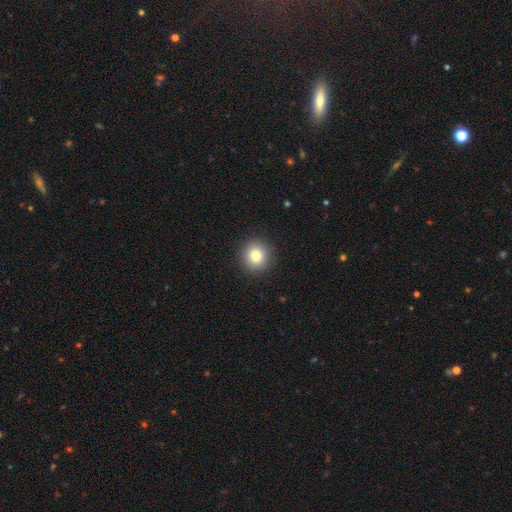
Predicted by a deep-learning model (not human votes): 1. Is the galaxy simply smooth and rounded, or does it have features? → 83% smooth, 10% star or artifact, 7% featured or disk.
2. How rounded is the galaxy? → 89% round, 10% in between, 1% cigar-shaped.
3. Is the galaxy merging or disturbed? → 92% none, 5% minor disturbance, 2% major disturbance, 1% merger.